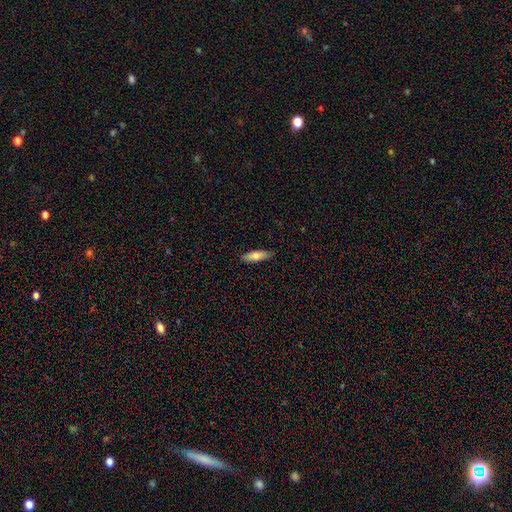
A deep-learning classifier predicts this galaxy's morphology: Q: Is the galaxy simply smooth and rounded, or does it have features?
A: smooth — 76%.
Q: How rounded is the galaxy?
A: in between — 50%.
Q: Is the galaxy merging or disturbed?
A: none — 87%.